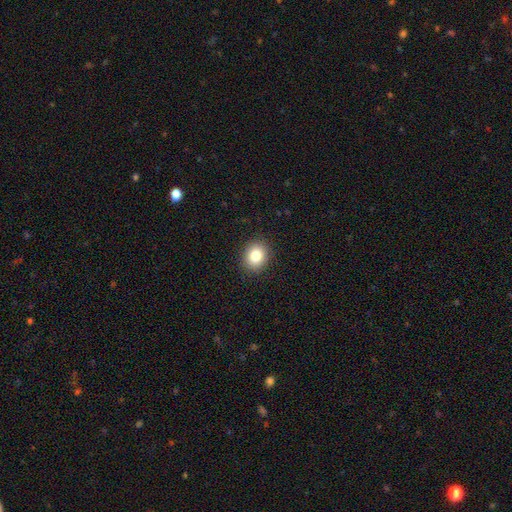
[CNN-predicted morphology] Q: Smooth or featured?
A: smooth (83%); runner-up: star or artifact (10%)
Q: How rounded?
A: round (62%); runner-up: in between (37%)
Q: Merging?
A: none (90%); runner-up: minor disturbance (7%)